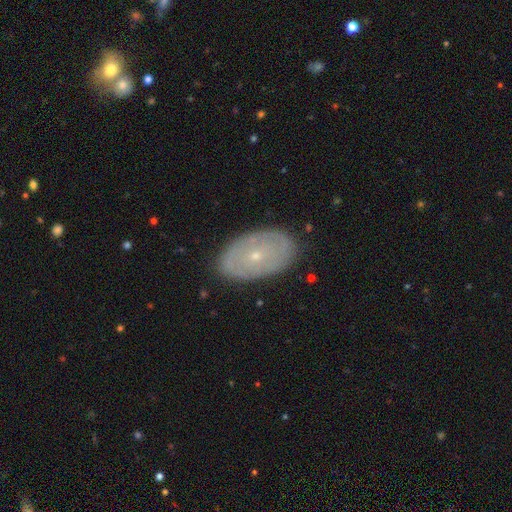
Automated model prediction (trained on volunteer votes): Smooth or featured? featured or disk (55%)
Edge-on disk? no (90%)
Merging? none (86%)